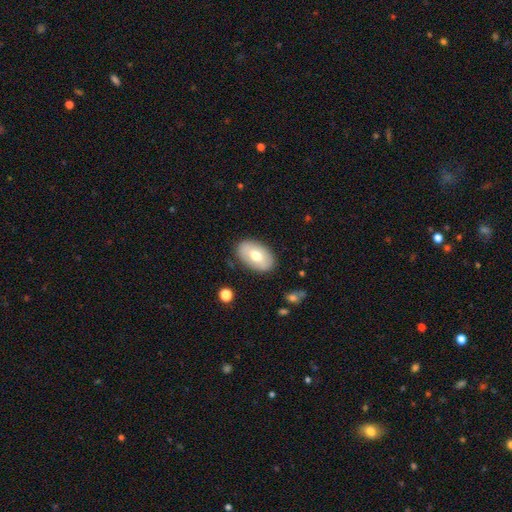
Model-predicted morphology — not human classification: The model was most divided on "smooth or featured": smooth: 60%, featured or disk: 34%, star or artifact: 6%. More confident: how rounded — in between (91%); merging — none (83%).